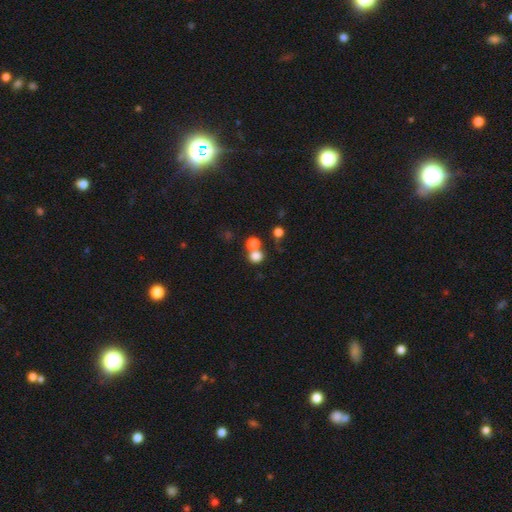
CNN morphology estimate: Q: Smooth or featured?
A: smooth (78%); runner-up: star or artifact (14%)
Q: How rounded?
A: round (82%); runner-up: in between (17%)
Q: Merging?
A: none (51%); runner-up: merger (36%)